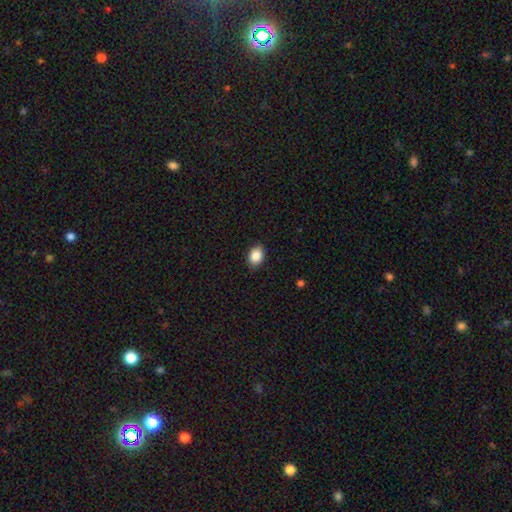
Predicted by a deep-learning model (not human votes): A smooth galaxy with no disk features (87%) that is in between round and cigar-shaped (69%). Merging: none (88%).